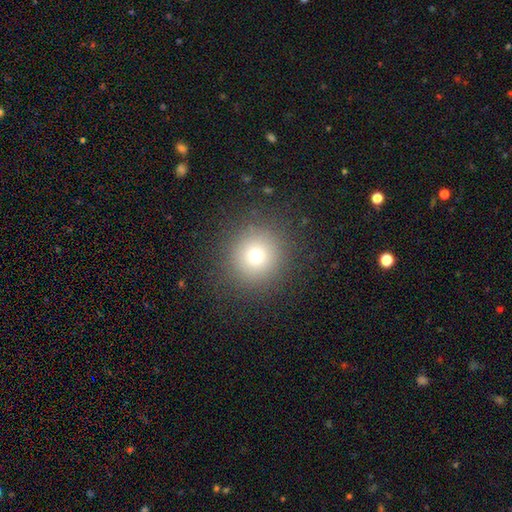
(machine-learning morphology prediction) smooth_or_featured: smooth (p=0.72) [alt: star or artifact p=0.17]
how_rounded: round (p=0.94) [alt: in between p=0.05]
merging: none (p=0.89) [alt: minor disturbance p=0.06]